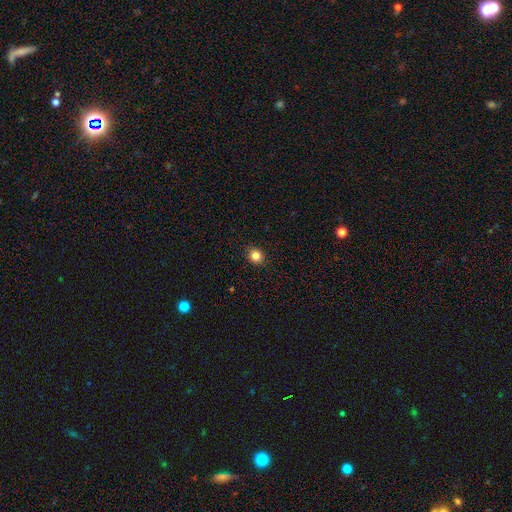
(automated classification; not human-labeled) This is clearly a smooth galaxy (84%). How rounded: clearly round (86%). Merging: clearly none (91%).